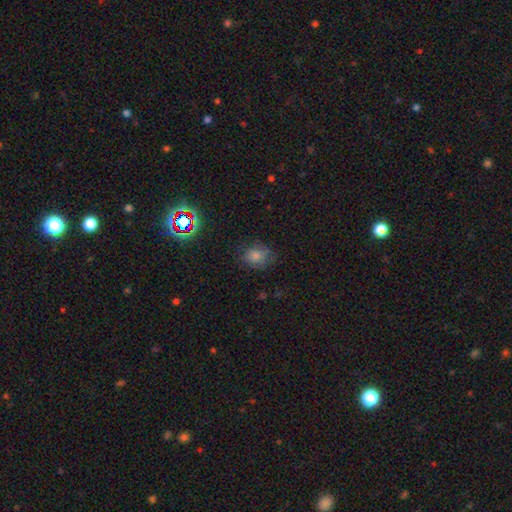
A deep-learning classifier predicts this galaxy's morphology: The model was most divided on "how rounded": round: 54%, in between: 45%, cigar-shaped: 1%. More confident: merging — none (73%); smooth or featured — smooth (64%).